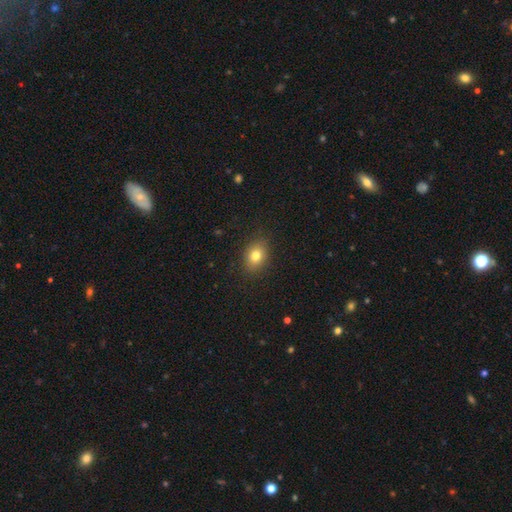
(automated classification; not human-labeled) Smooth or featured: smooth — 80% (star or artifact — 11%)
How rounded: in between — 61% (round — 37%)
Merging: none — 87% (minor disturbance — 9%)